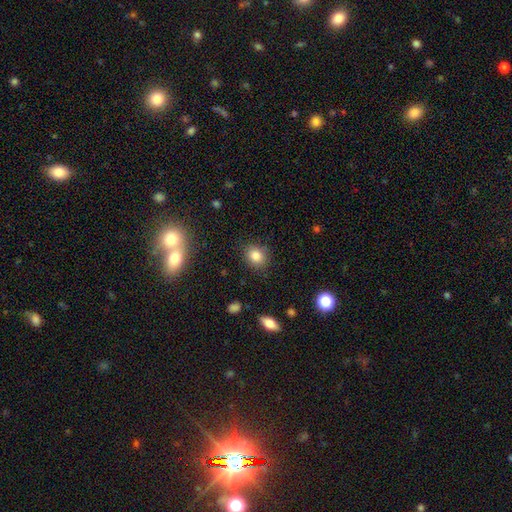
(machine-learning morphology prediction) type=smooth (82%); roundness=round (69%); merging=none (85%).